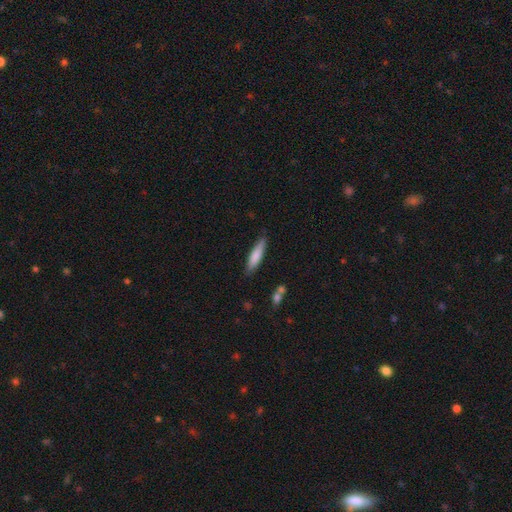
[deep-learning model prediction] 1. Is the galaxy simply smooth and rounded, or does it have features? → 77% smooth, 18% featured or disk, 6% star or artifact.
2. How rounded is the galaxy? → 80% cigar-shaped, 19% in between, 1% round.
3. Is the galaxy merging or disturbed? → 83% none, 13% minor disturbance, 2% major disturbance, 2% merger.